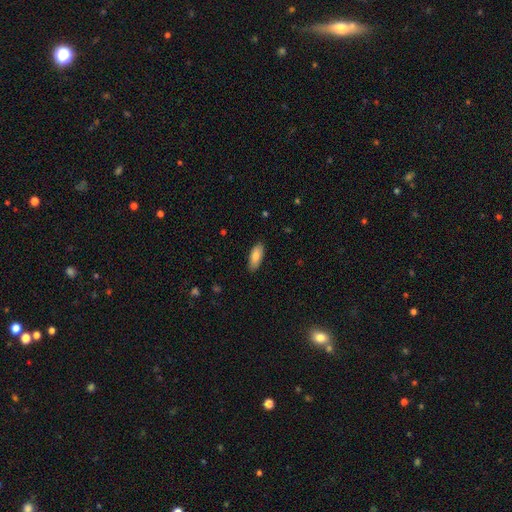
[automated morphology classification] type=smooth (81%); roundness=in between (81%); merging=none (87%).